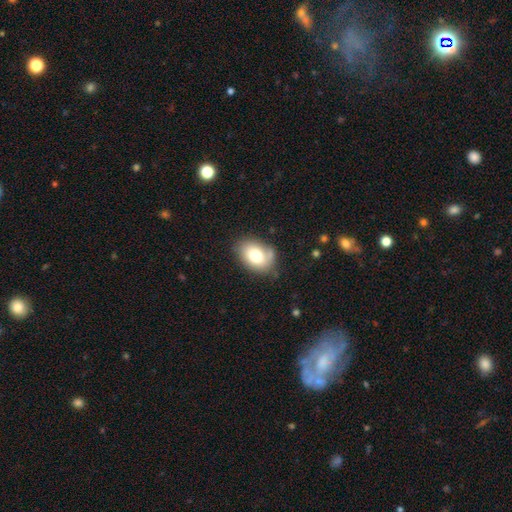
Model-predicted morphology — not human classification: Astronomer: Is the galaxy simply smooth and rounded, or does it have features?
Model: smooth — 76%.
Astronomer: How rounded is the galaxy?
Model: in between — 84%.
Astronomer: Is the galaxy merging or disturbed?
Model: none — 69%.